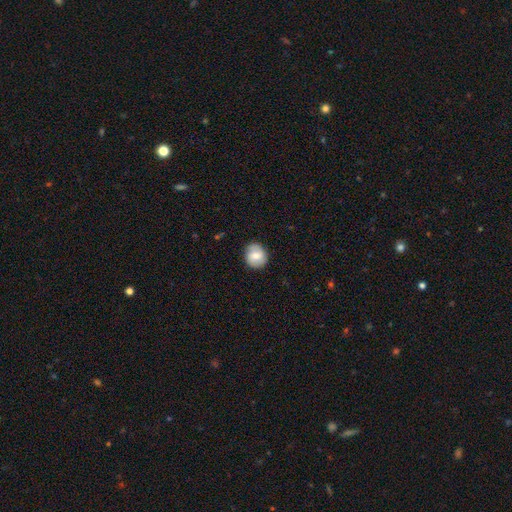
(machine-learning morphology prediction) This is likely a smooth galaxy (64%). How rounded: clearly round (81%). Merging: clearly none (84%).